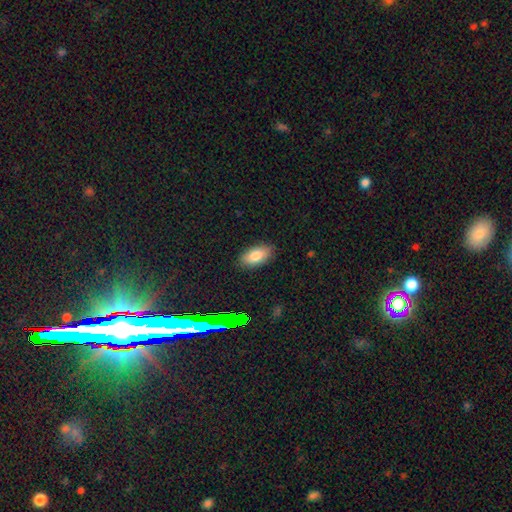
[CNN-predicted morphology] A smooth galaxy with no disk features (83%) that is in between round and cigar-shaped (92%).

Vote fractions:
- Smooth or featured? smooth: 83% / featured or disk: 9% / star or artifact: 8%
- How rounded? in between: 92% / cigar-shaped: 4% / round: 3%
- Merging? none: 86% / minor disturbance: 10% / major disturbance: 2% / merger: 1%